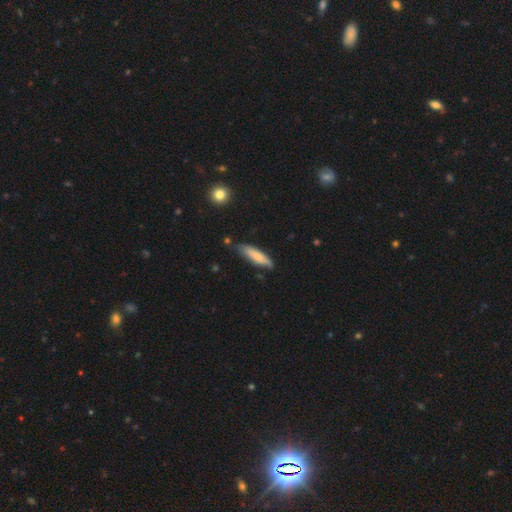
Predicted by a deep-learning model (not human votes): The model was most divided on "how rounded": cigar-shaped: 72%, in between: 27%, round: 1%. More confident: smooth or featured — smooth (74%); merging — none (73%).